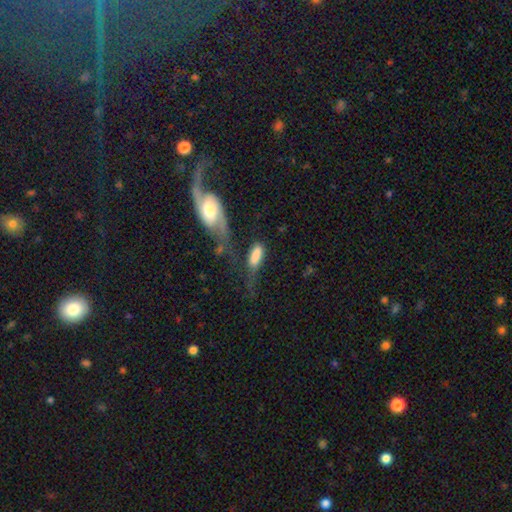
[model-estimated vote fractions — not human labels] Overall: smooth (74%). How rounded: in between (77%). Merging: none (28%, tied with major disturbance).